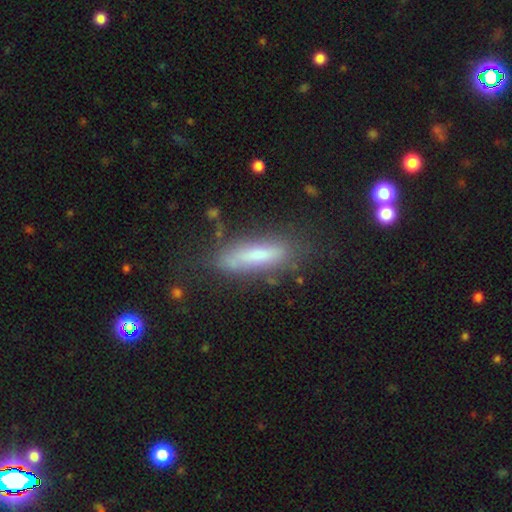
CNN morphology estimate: Overall: smooth (59%; featured or disk 33%). How rounded: cigar-shaped (67%; in between 31%). Merging: none (72%).